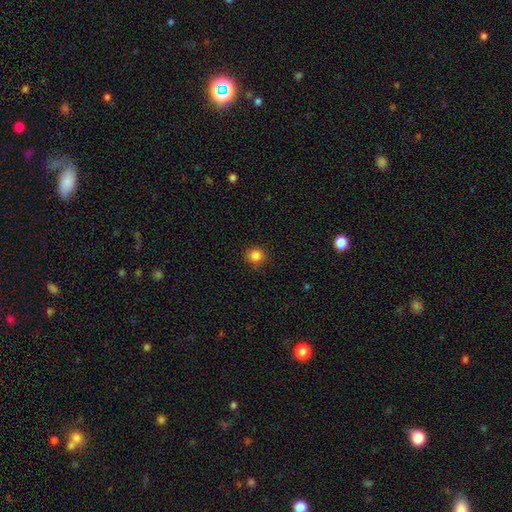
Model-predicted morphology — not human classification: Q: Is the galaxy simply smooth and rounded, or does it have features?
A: smooth — 85%.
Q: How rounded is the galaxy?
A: round — 93%.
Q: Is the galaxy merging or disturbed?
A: none — 90%.